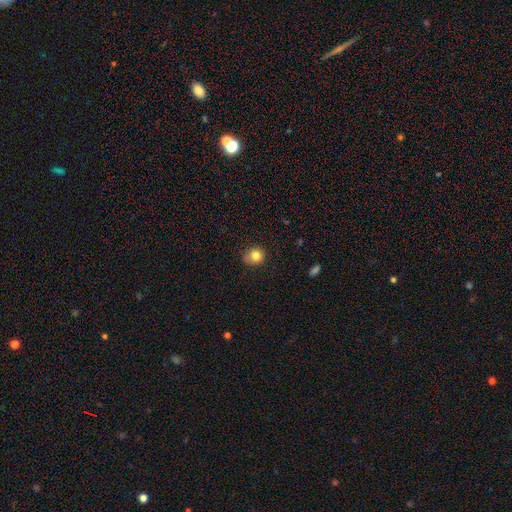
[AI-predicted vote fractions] Morphology: type=smooth (81%); roundness=round (76%); merging=none (66%).